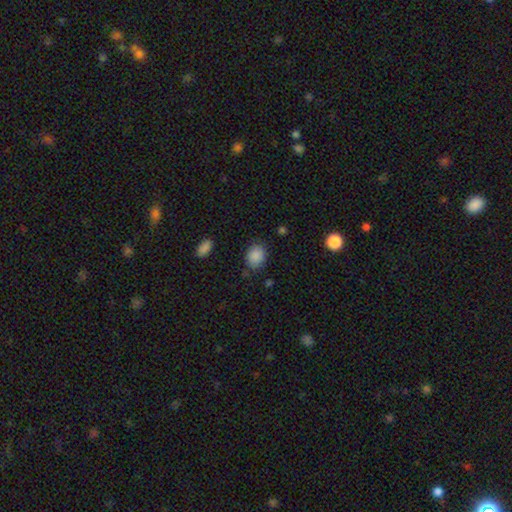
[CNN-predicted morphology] type=smooth (88%); roundness=in between (54%); merging=none (78%).